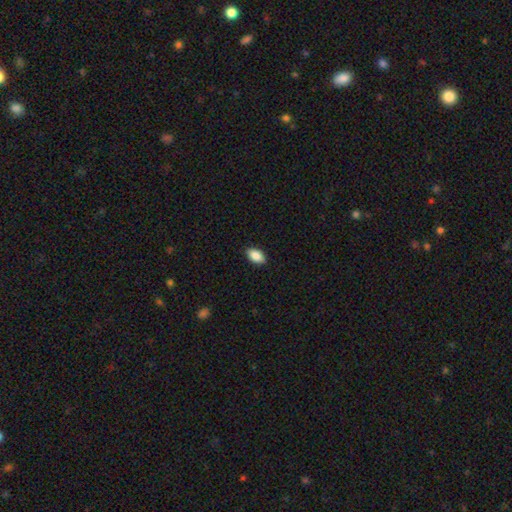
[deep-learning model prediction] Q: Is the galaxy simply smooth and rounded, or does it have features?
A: smooth — 89%.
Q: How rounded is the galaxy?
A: in between — 93%.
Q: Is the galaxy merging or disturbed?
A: none — 89%.